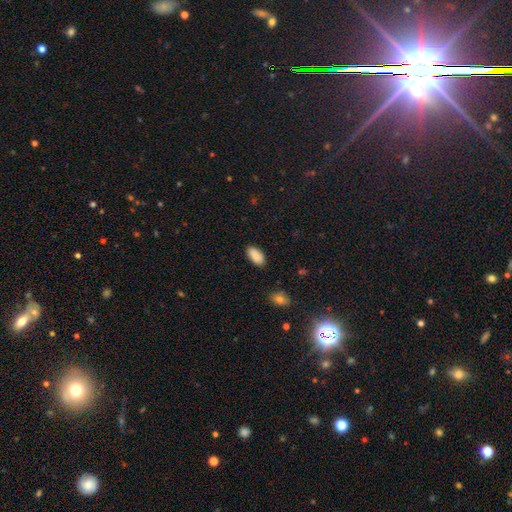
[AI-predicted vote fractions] A smooth galaxy with no disk features (88%) that is in between round and cigar-shaped (94%).

Vote fractions:
- Smooth or featured? smooth: 88% / star or artifact: 7% / featured or disk: 5%
- How rounded? in between: 94% / cigar-shaped: 4% / round: 2%
- Merging? none: 85% / minor disturbance: 11% / major disturbance: 2% / merger: 2%